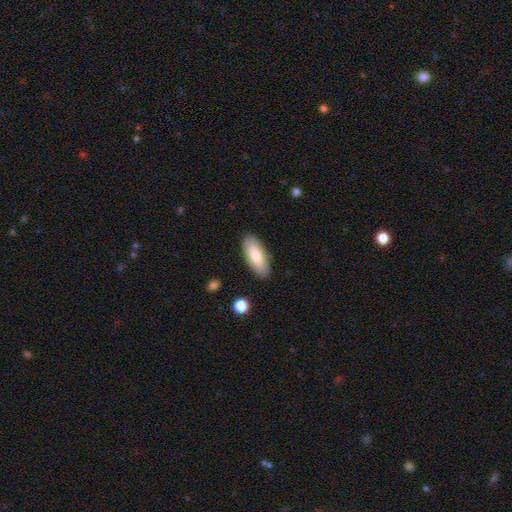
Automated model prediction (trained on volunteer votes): The model was most divided on "smooth or featured": smooth: 75%, featured or disk: 19%, star or artifact: 6%. More confident: merging — none (87%); how rounded — in between (79%).